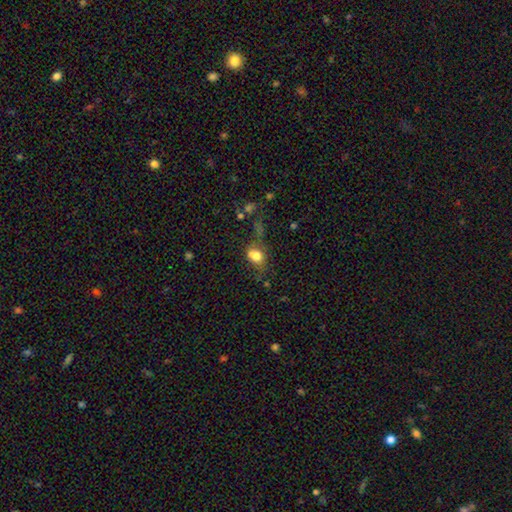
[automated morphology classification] Smooth or featured? smooth (76%)
How rounded? in between (63%)
Merging? none (39%)